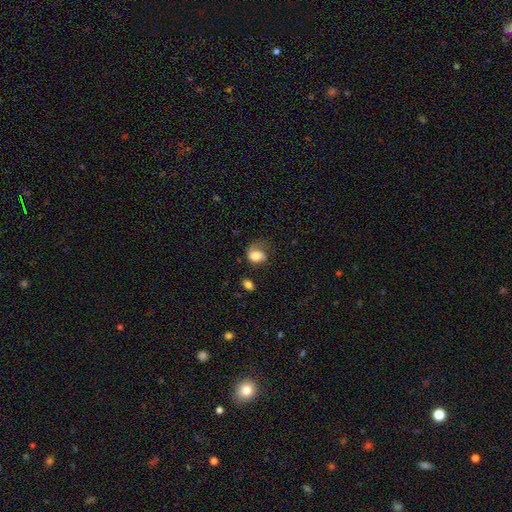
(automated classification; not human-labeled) This appears to be a smooth galaxy with no disk features (66%) that is in between round and cigar-shaped (64%). Merging: major disturbance (35%).